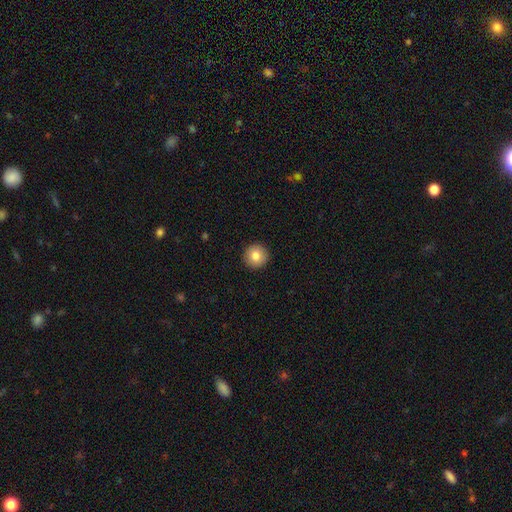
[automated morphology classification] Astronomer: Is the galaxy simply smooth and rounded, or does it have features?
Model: smooth — 83%.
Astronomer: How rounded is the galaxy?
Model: round — 95%.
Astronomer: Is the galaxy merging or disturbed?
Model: none — 93%.